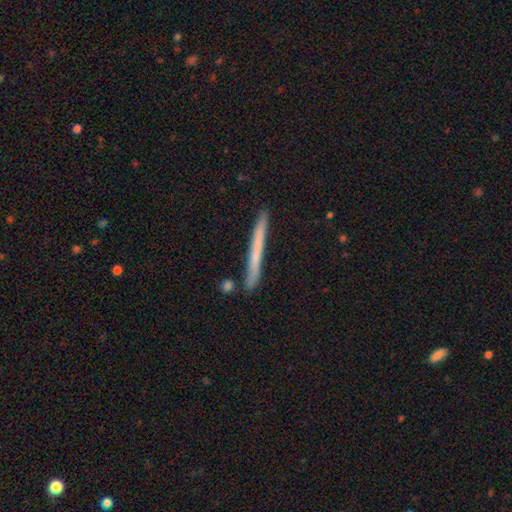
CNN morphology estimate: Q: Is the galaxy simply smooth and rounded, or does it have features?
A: smooth — 54%.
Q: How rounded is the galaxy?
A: cigar-shaped — 97%.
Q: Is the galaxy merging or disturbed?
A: none — 87%.